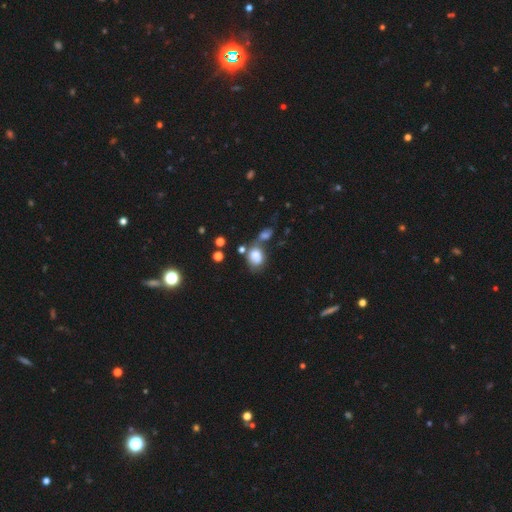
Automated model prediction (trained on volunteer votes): Overall: smooth (76%). How rounded: in between (61%; round 37%). Merging: merger (36%; none 35%).